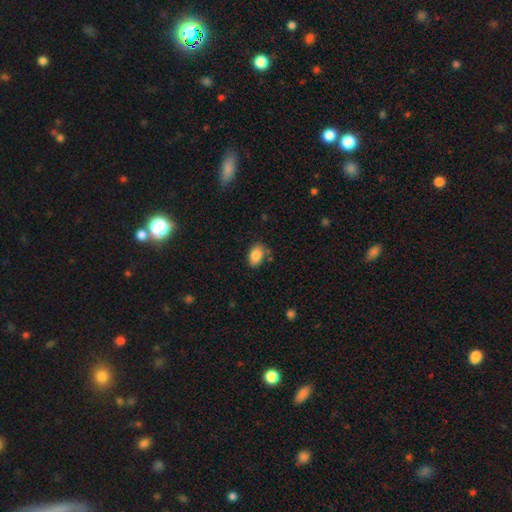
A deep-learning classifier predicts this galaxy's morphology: type=smooth (85%); roundness=in between (88%); merging=none (75%).